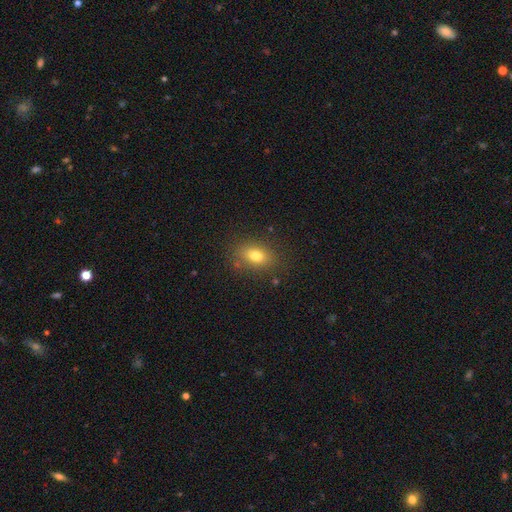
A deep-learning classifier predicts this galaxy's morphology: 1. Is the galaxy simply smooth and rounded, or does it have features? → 76% smooth, 12% featured or disk, 12% star or artifact.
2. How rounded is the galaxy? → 76% in between, 21% round, 3% cigar-shaped.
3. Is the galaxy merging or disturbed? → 82% none, 12% minor disturbance, 4% major disturbance, 2% merger.